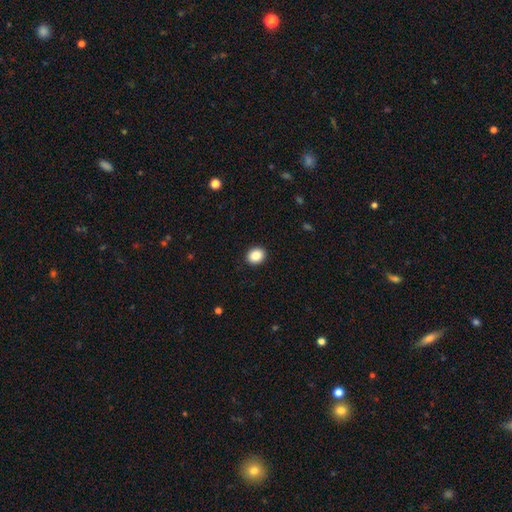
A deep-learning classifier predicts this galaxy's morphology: smooth 86%, star or artifact 9%, featured or disk 5%. Down the decision tree: how rounded — round (61%); merging — none (92%).